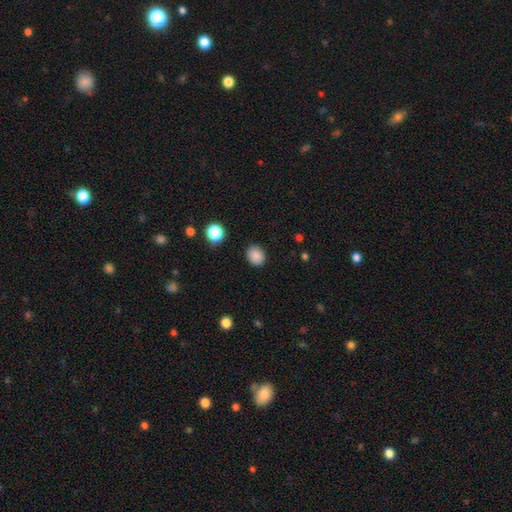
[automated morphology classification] Smooth or featured? smooth (87%)
How rounded? round (59%)
Merging? none (88%)